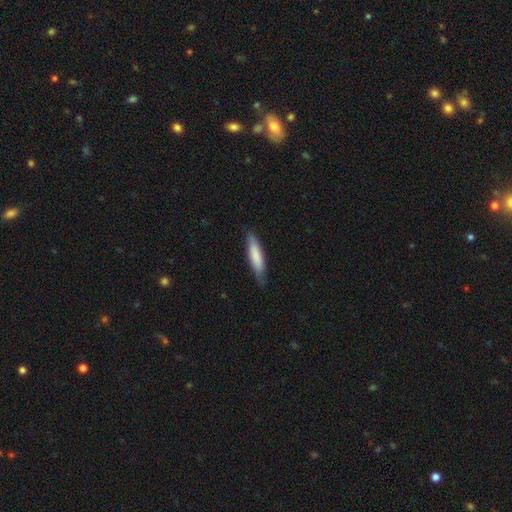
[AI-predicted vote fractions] Smooth or featured?
  - smooth: 82% *
  - featured or disk: 13%
  - star or artifact: 5%
How rounded?
  - cigar-shaped: 75% *
  - in between: 24%
  - round: 1%
Merging?
  - none: 80% *
  - minor disturbance: 17%
  - major disturbance: 3%
  - merger: 1%